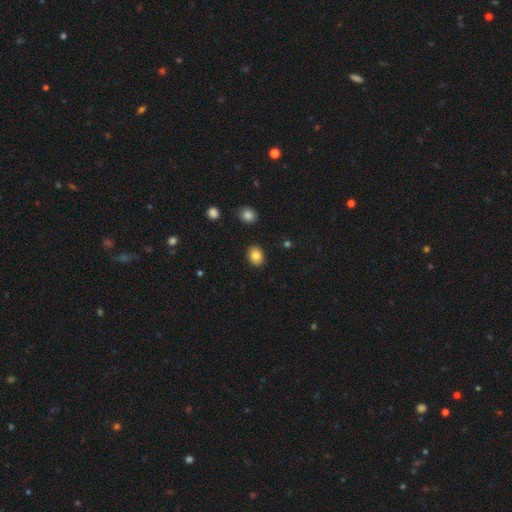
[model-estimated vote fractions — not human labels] Q: Smooth or featured?
A: smooth (84%); runner-up: star or artifact (9%)
Q: How rounded?
A: in between (54%); runner-up: round (45%)
Q: Merging?
A: none (89%); runner-up: minor disturbance (7%)